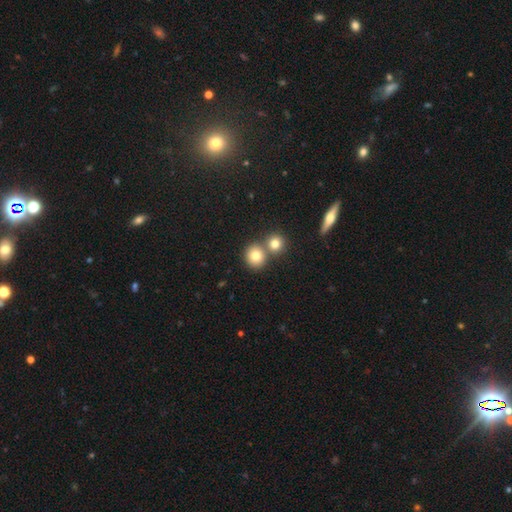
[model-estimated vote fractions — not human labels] This appears to be a smooth galaxy with no disk features (78%) that is round (85%). Merging: none (60%).